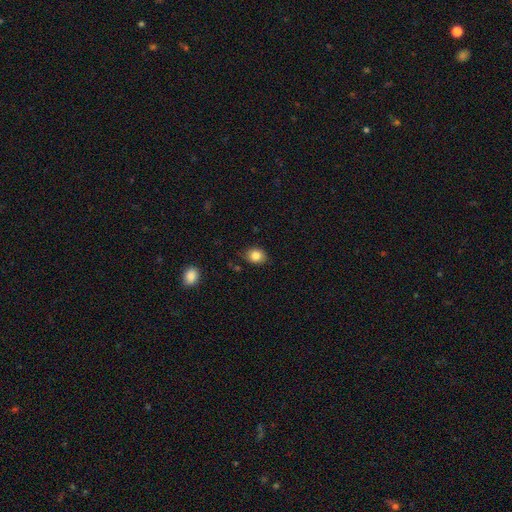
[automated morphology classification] smooth_or_featured: smooth (p=0.85) [alt: star or artifact p=0.10]
how_rounded: in between (p=0.50) [alt: round p=0.49]
merging: none (p=0.81) [alt: minor disturbance p=0.15]